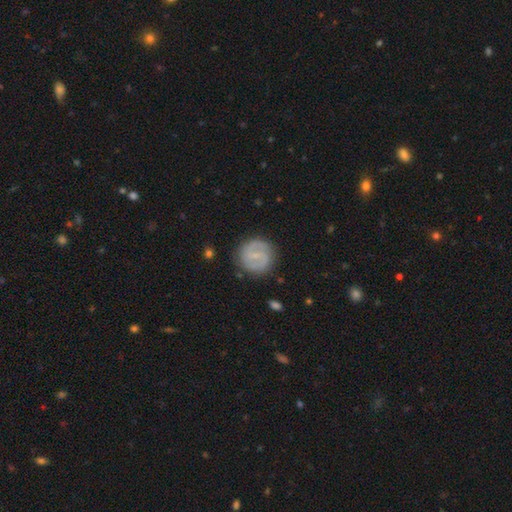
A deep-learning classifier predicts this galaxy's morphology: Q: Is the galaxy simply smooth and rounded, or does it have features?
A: featured or disk — 71%.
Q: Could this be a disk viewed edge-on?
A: no — 98%.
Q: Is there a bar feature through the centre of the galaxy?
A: weak — 55%.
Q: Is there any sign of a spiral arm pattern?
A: yes — 89%.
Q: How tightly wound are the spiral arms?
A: medium — 46%.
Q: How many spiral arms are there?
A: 2 — 84%.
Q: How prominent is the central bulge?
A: small — 65%.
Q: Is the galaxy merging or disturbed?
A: none — 84%.